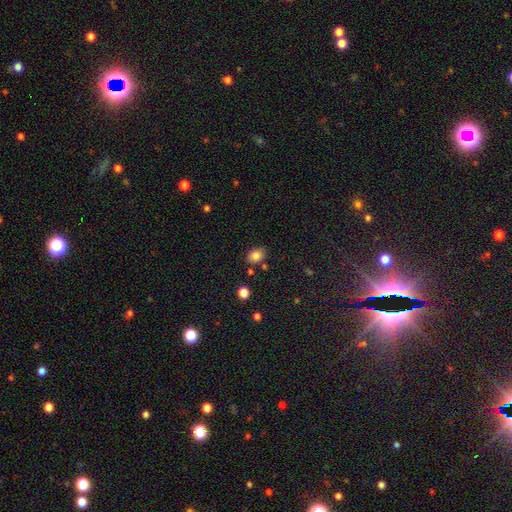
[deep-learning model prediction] Morphology: type=smooth (82%); roundness=in between (70%); merging=none (79%).